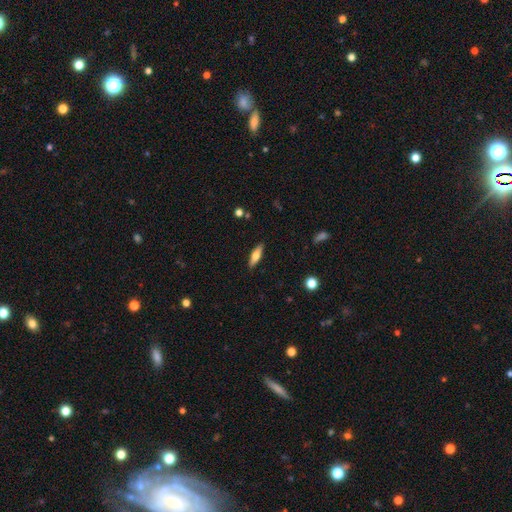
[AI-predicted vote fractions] smooth 62%, featured or disk 32%, star or artifact 6%. Down the decision tree: how rounded — cigar-shaped (51%); merging — none (89%).